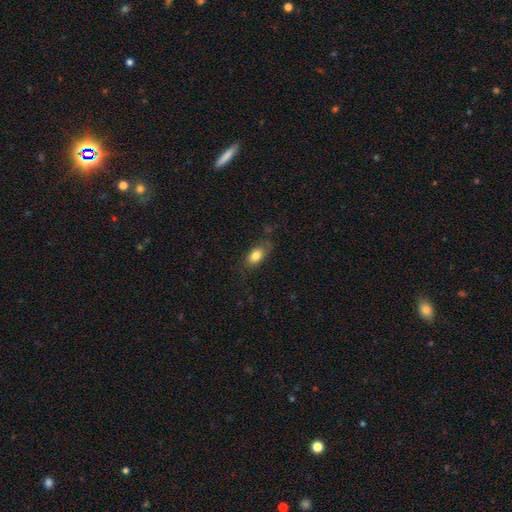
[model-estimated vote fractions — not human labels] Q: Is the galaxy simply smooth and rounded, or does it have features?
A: smooth — 81%.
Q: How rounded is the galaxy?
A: in between — 86%.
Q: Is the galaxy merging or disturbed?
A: none — 66%.